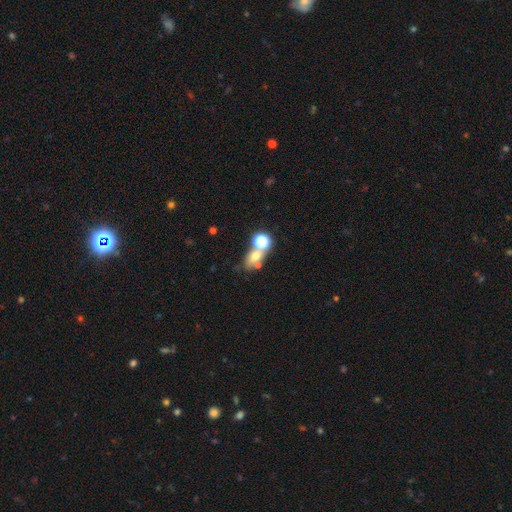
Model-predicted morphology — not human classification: Smooth or featured?
  - smooth: 59% *
  - star or artifact: 23%
  - featured or disk: 18%
How rounded?
  - in between: 56% *
  - round: 41%
  - cigar-shaped: 3%
Merging?
  - merger: 41% *
  - none: 40%
  - minor disturbance: 11%
  - major disturbance: 8%